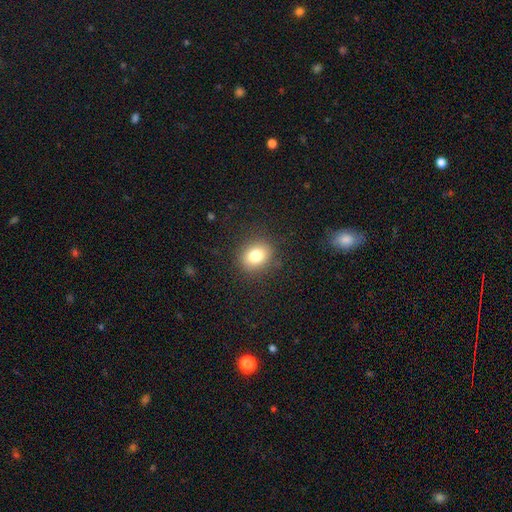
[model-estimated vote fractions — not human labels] Smooth or featured? Predicted: smooth (p=0.80). How rounded? Predicted: round (p=0.58). Merging? Predicted: none (p=0.87).